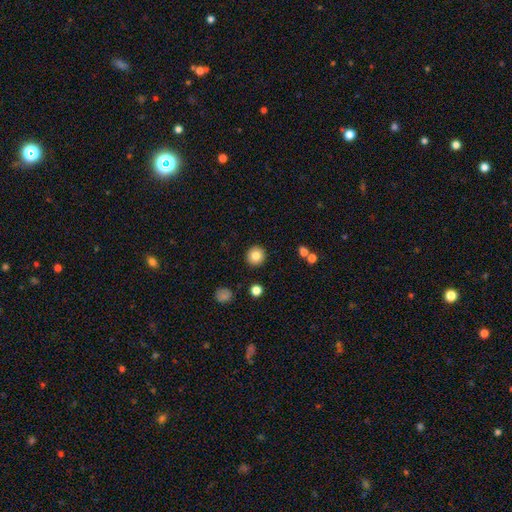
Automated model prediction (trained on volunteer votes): Q: Smooth or featured?
A: smooth (83%); runner-up: star or artifact (10%)
Q: How rounded?
A: round (93%); runner-up: in between (6%)
Q: Merging?
A: none (92%); runner-up: minor disturbance (5%)